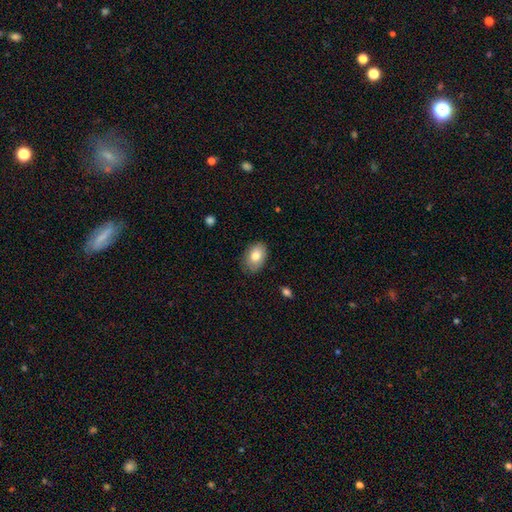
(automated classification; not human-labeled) Morphology: type=smooth (79%); roundness=in between (85%); merging=none (79%).